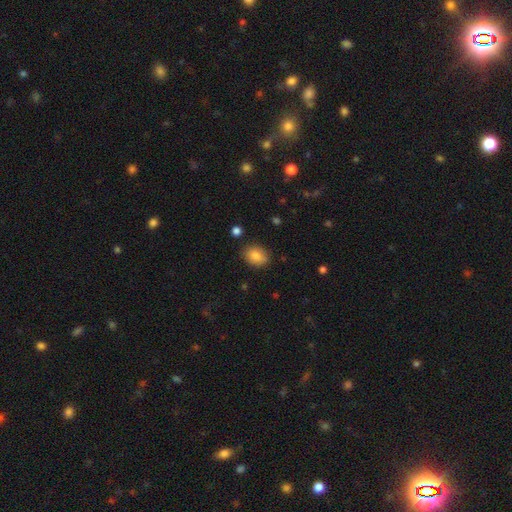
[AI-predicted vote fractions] smooth_or_featured: smooth (p=0.83) [alt: star or artifact p=0.09]
how_rounded: in between (p=0.63) [alt: round p=0.35]
merging: none (p=0.84) [alt: minor disturbance p=0.12]